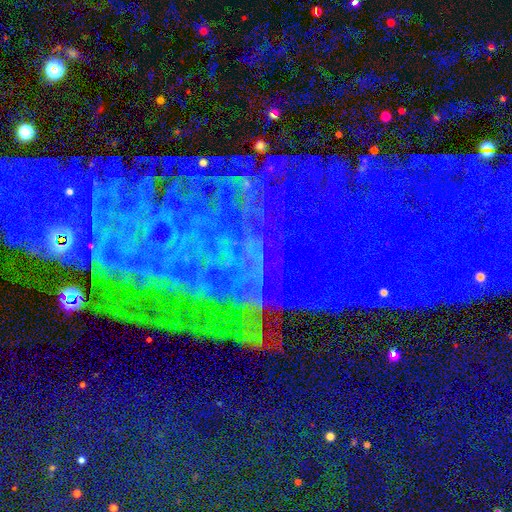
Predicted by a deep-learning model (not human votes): Smooth or featured?
  - star or artifact: 77% *
  - featured or disk: 13%
  - smooth: 9%